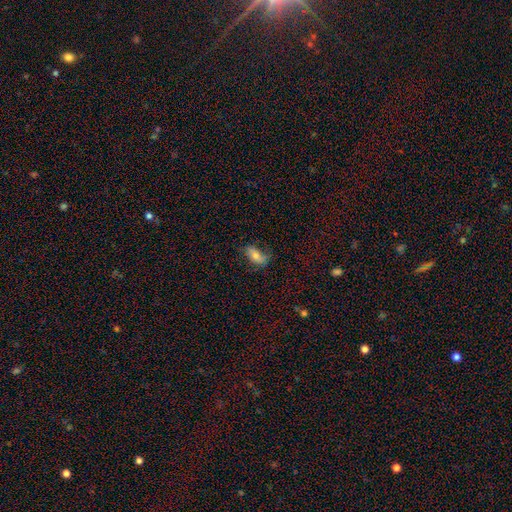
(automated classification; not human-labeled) Overall: smooth (65%; featured or disk 26%). How rounded: in between (88%). Merging: none (61%; minor disturbance 27%).